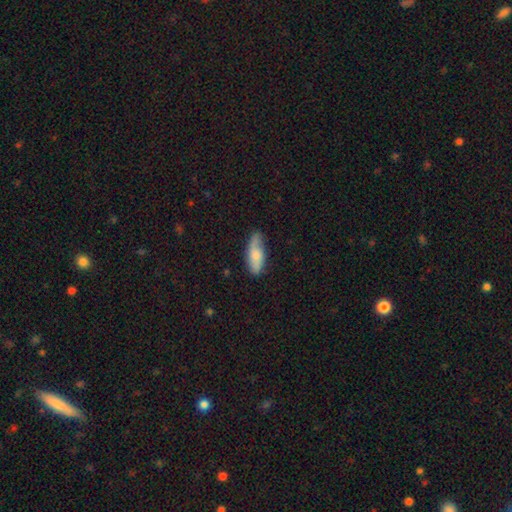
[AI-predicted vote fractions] Smooth or featured: smooth — 68% (featured or disk — 26%)
How rounded: in between — 68% (cigar-shaped — 30%)
Merging: none — 66% (minor disturbance — 26%)